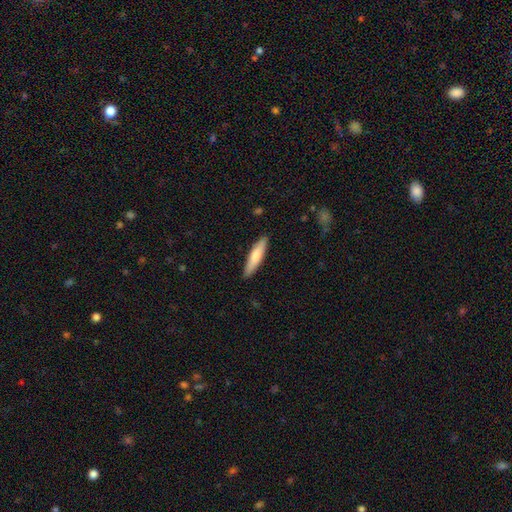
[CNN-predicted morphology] smooth-or-featured: smooth: 72% | featured or disk: 22% | star or artifact: 5%
  how-rounded: cigar-shaped: 82% | in between: 17% | round: 1%
  merging: none: 89% | minor disturbance: 9% | major disturbance: 2% | merger: 1%